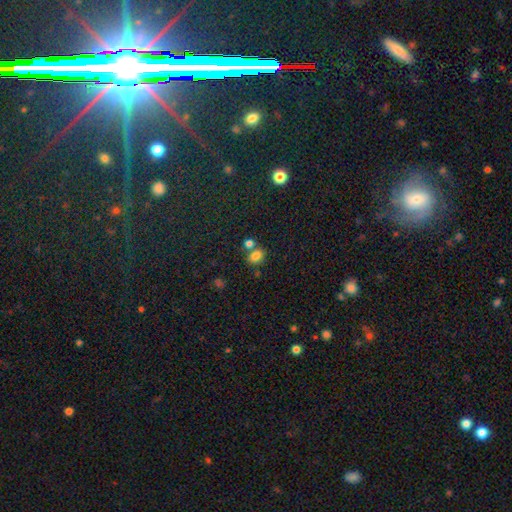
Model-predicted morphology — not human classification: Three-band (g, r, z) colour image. It shows a smooth galaxy with no disk features (80%) that is in between round and cigar-shaped (56%). Merging: none (58%).